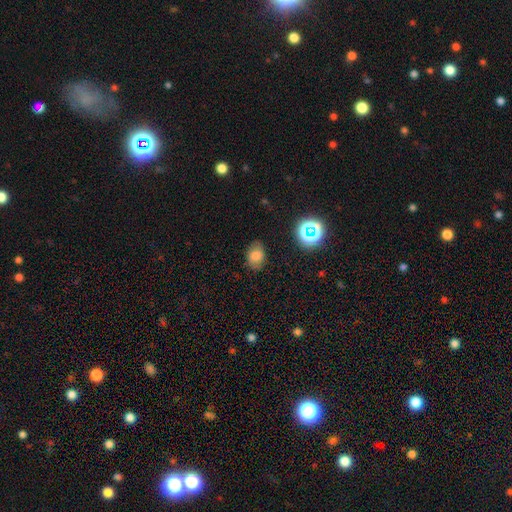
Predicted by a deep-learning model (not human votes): Smooth or featured?
  - smooth: 74% *
  - star or artifact: 14%
  - featured or disk: 11%
How rounded?
  - in between: 74% *
  - round: 25%
  - cigar-shaped: 1%
Merging?
  - none: 78% *
  - minor disturbance: 16%
  - major disturbance: 4%
  - merger: 2%